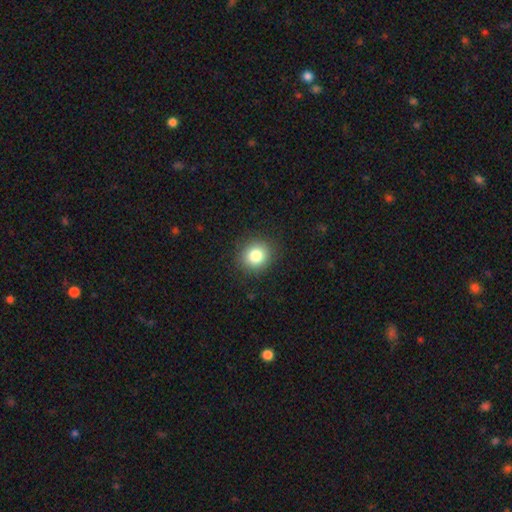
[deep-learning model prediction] A smooth galaxy with no disk features (82%) that is round (84%).

Vote fractions:
- Smooth or featured? smooth: 82% / star or artifact: 11% / featured or disk: 7%
- How rounded? round: 84% / in between: 15% / cigar-shaped: 1%
- Merging? none: 89% / minor disturbance: 7% / major disturbance: 2% / merger: 1%